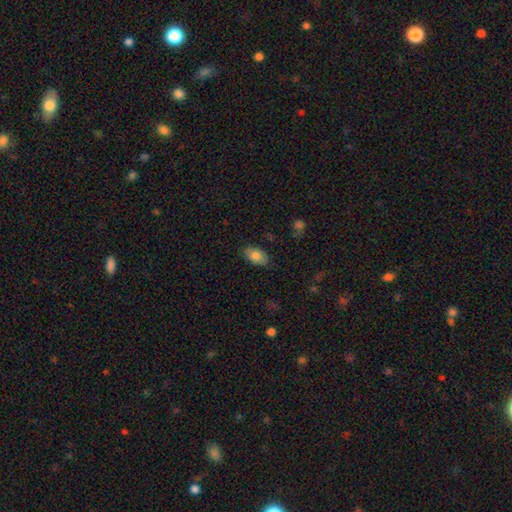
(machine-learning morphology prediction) Smooth or featured?
  - smooth: 82% *
  - featured or disk: 11%
  - star or artifact: 7%
How rounded?
  - in between: 91% *
  - round: 7%
  - cigar-shaped: 2%
Merging?
  - none: 85% *
  - minor disturbance: 12%
  - major disturbance: 2%
  - merger: 1%